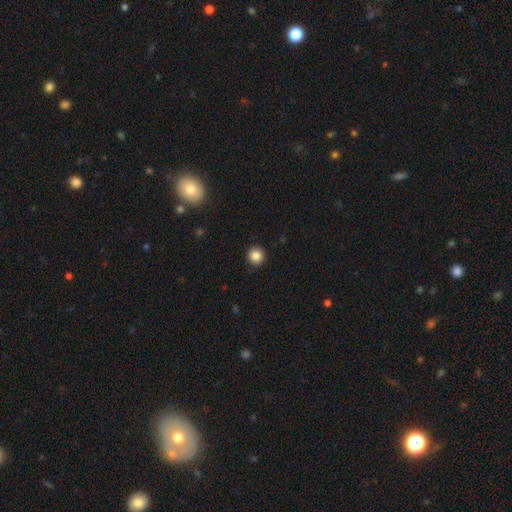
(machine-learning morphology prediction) type=smooth (86%); roundness=round (93%); merging=none (92%).